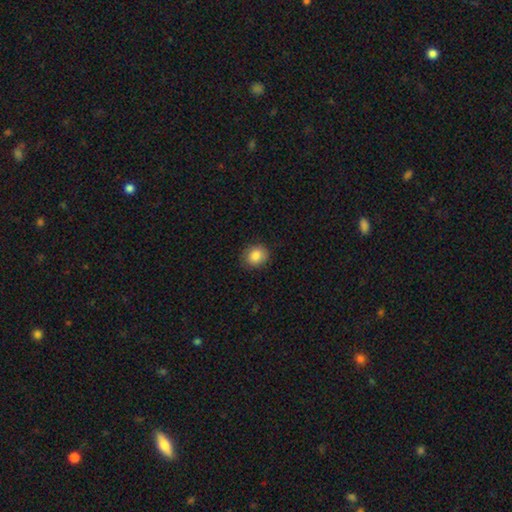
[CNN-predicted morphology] smooth_or_featured: smooth (p=0.85) [alt: star or artifact p=0.09]
how_rounded: round (p=0.69) [alt: in between p=0.30]
merging: none (p=0.87) [alt: minor disturbance p=0.10]